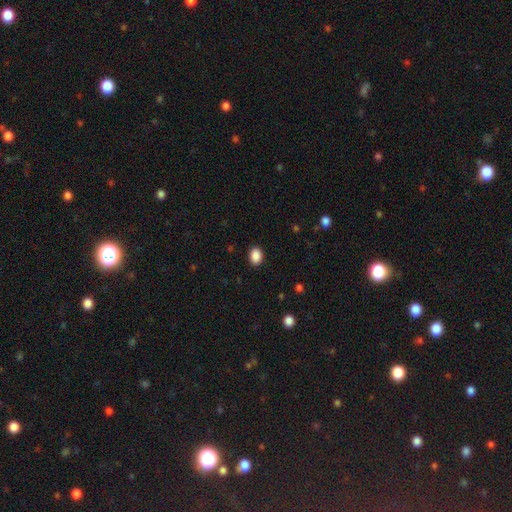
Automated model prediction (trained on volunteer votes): Smooth or featured? Predicted: smooth (p=0.89). How rounded? Predicted: in between (p=0.69). Merging? Predicted: none (p=0.90).